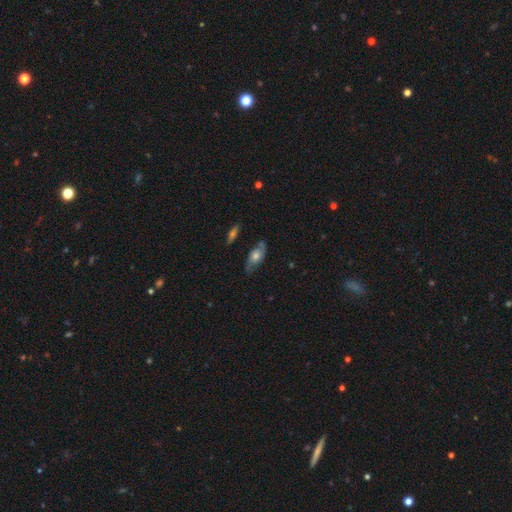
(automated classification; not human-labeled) smooth_or_featured: featured or disk (p=0.54) [alt: smooth p=0.38]
disk_edge_on: no (p=0.81) [alt: yes p=0.19]
merging: none (p=0.68) [alt: minor disturbance p=0.22]